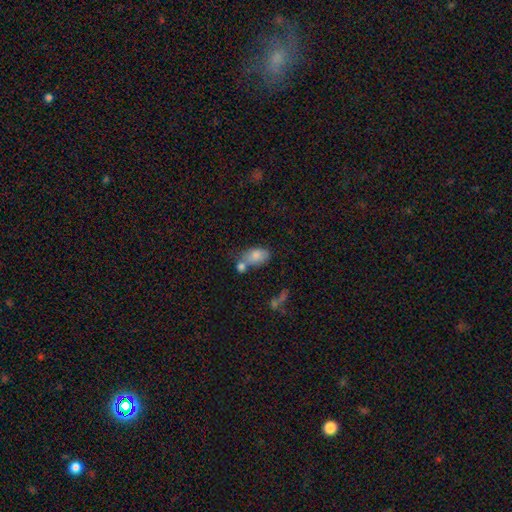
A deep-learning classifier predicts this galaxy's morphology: A smooth galaxy with no disk features (79%) that is in between round and cigar-shaped (89%). Merging: merger (39%).